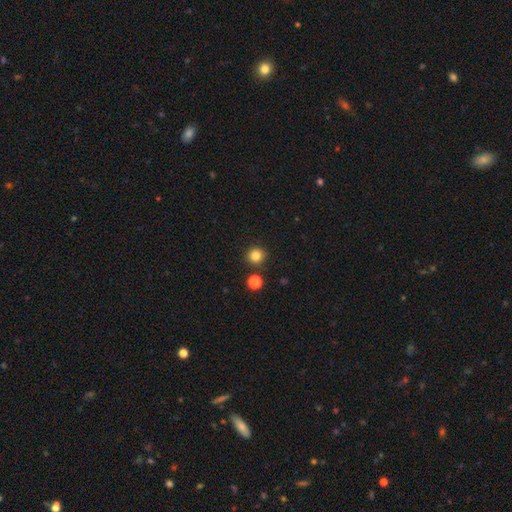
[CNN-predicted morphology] Smooth or featured?
  - smooth: 83% *
  - star or artifact: 13%
  - featured or disk: 5%
How rounded?
  - round: 94% *
  - in between: 5%
  - cigar-shaped: 1%
Merging?
  - none: 88% *
  - minor disturbance: 6%
  - merger: 4%
  - major disturbance: 2%